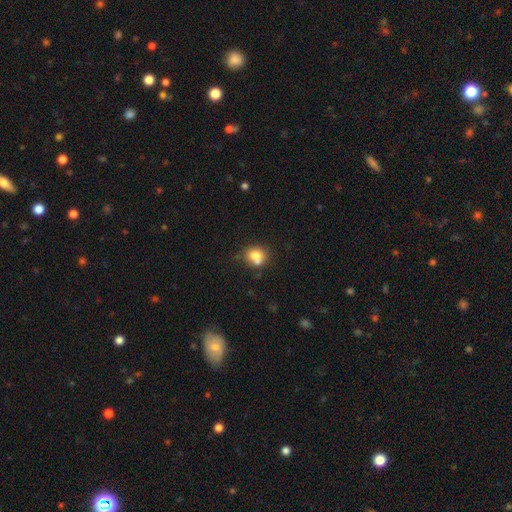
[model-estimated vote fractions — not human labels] smooth_or_featured: smooth (p=0.75) [alt: featured or disk p=0.14]
how_rounded: round (p=0.75) [alt: in between p=0.24]
merging: none (p=0.52) [alt: merger p=0.30]